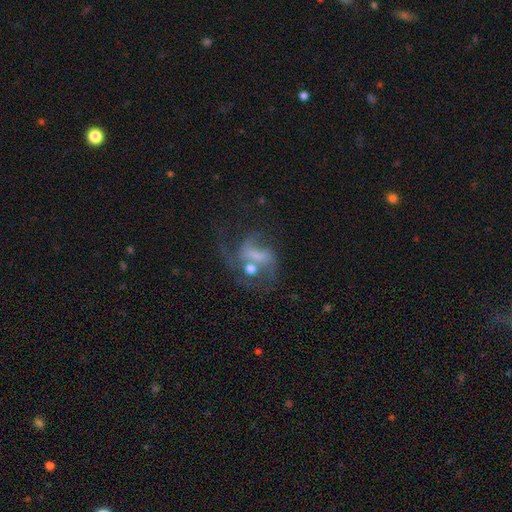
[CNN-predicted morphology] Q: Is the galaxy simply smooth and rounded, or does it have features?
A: featured or disk — 66%.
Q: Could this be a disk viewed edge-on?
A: no — 97%.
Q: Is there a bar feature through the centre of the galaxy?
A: no — 50%.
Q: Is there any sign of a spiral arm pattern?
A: yes — 70%.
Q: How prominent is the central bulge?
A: moderate — 35%.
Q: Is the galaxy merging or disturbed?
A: major disturbance — 37%.